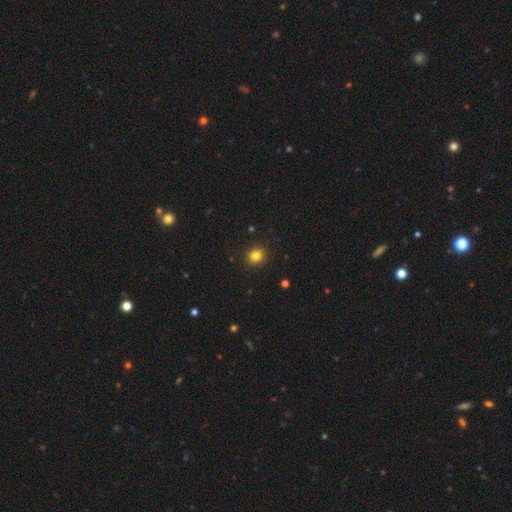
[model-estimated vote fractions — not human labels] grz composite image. It shows a smooth galaxy with no disk features (82%) that is round (91%). Merging: none (92%).